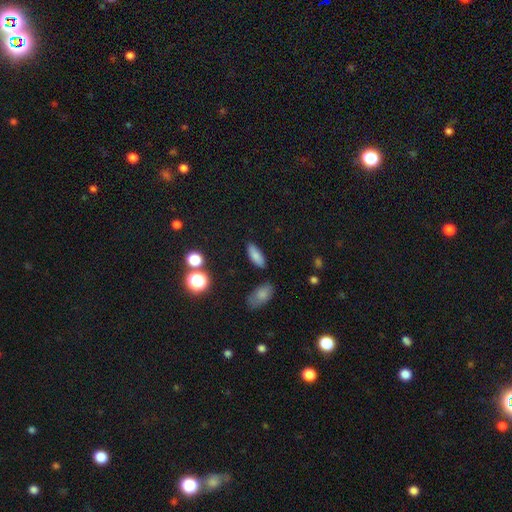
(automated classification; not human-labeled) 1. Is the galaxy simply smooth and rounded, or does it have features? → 82% smooth, 10% star or artifact, 8% featured or disk.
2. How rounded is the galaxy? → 73% in between, 23% cigar-shaped, 4% round.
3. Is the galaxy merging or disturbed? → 84% none, 10% minor disturbance, 3% merger, 3% major disturbance.